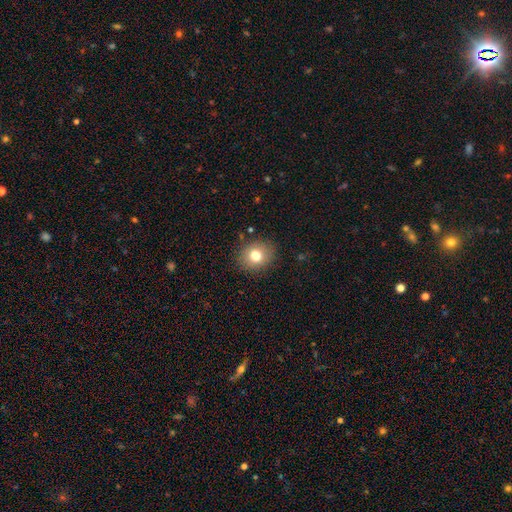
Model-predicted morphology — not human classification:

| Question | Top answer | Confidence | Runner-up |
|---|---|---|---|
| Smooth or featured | smooth | 77% | star or artifact (12%) |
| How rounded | round | 70% | in between (29%) |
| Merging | none | 87% | minor disturbance (9%) |